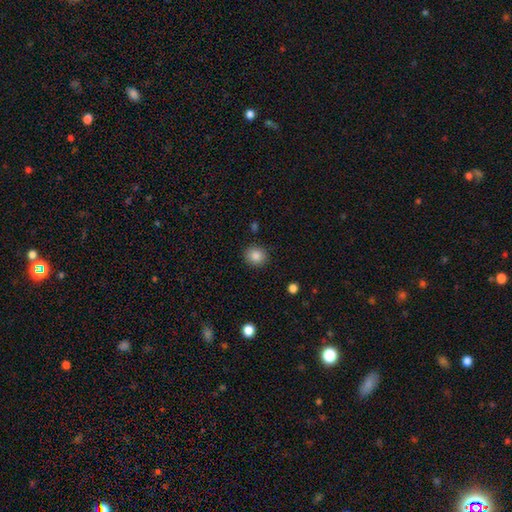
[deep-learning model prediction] Overall: smooth (86%). How rounded: round (83%). Merging: none (89%).